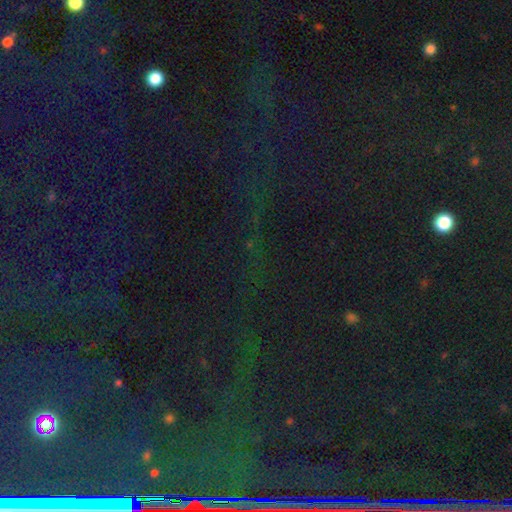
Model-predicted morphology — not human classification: Q: Smooth or featured?
A: star or artifact (83%); runner-up: smooth (10%)